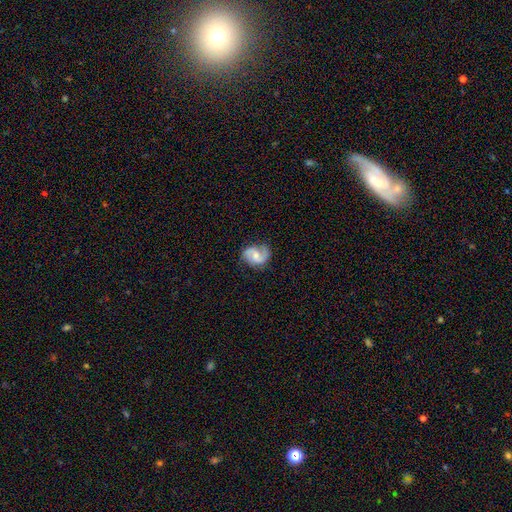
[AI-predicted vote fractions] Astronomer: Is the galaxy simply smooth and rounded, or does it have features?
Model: featured or disk — 78%.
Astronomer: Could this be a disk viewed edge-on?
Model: no — 98%.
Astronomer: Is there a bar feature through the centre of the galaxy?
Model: weak — 47% (runner-up: no, 43%).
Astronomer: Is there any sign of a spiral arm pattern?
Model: yes — 95%.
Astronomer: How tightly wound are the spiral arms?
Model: medium — 50% (runner-up: loose, 30%).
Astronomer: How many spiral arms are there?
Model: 2 — 88%.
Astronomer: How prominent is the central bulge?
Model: moderate — 54% (runner-up: small, 38%).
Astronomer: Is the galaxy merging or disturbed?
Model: none — 74%.